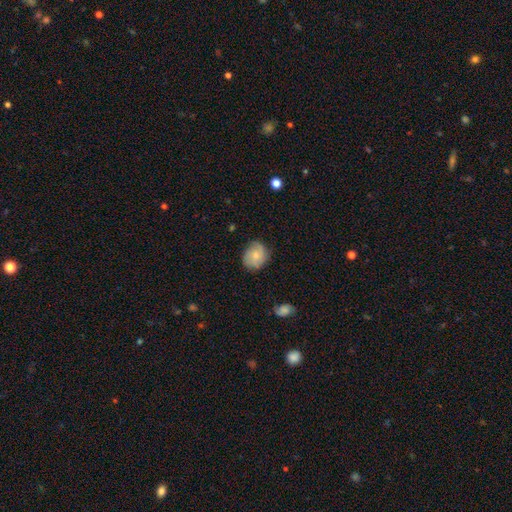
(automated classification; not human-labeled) A smooth galaxy with no disk features (65%) that is round (58%).

Vote fractions:
- Smooth or featured? smooth: 65% / featured or disk: 28% / star or artifact: 8%
- How rounded? round: 58% / in between: 41% / cigar-shaped: 1%
- Merging? none: 69% / minor disturbance: 24% / major disturbance: 6% / merger: 1%